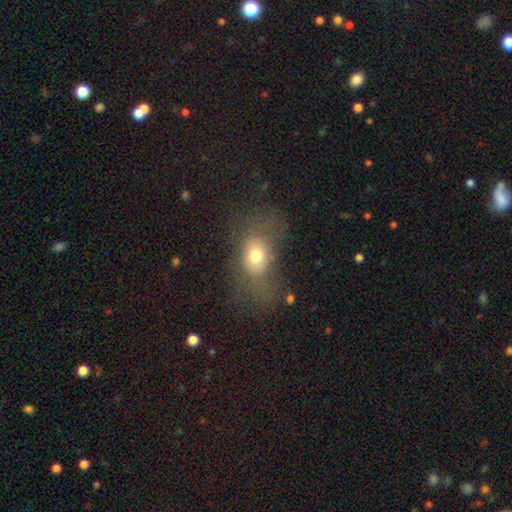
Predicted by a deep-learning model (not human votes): A smooth galaxy with no disk features (69%) that is in between round and cigar-shaped (67%). Merging: none (52%).